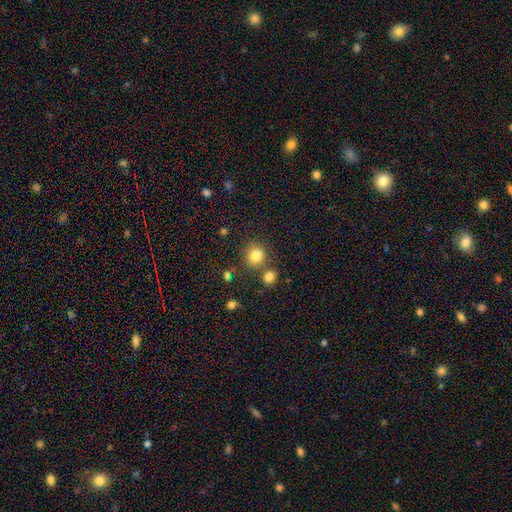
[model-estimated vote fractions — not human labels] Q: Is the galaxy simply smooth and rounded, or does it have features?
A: smooth — 81%.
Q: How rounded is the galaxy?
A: round — 83%.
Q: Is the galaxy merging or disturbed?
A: none — 71%.